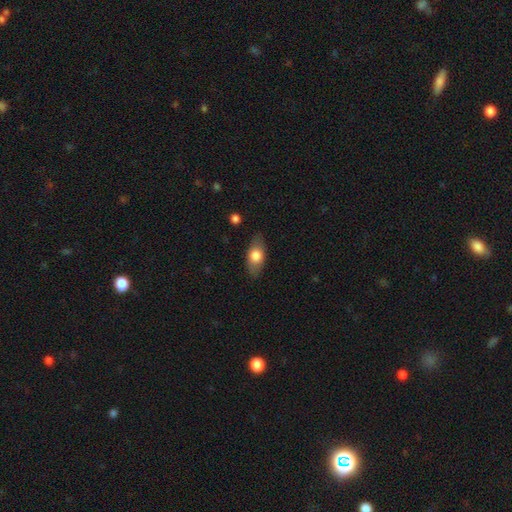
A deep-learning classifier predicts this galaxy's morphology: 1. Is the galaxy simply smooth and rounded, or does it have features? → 71% smooth, 23% featured or disk, 6% star or artifact.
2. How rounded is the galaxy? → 83% in between, 9% cigar-shaped, 8% round.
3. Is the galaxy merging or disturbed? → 80% none, 14% minor disturbance, 4% major disturbance, 1% merger.